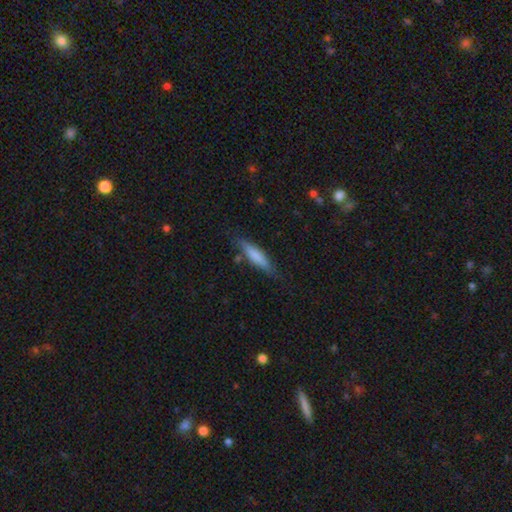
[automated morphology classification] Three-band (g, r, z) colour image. It shows a smooth galaxy with no disk features (72%) that is cigar-shaped (76%). Merging: none (76%).